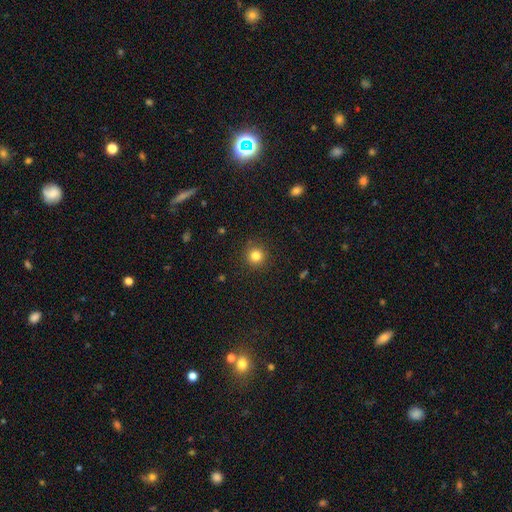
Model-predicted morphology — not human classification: smooth-or-featured: smooth: 82% | star or artifact: 13% | featured or disk: 5%
  how-rounded: round: 94% | in between: 5% | cigar-shaped: 1%
  merging: none: 90% | minor disturbance: 6% | major disturbance: 2% | merger: 1%